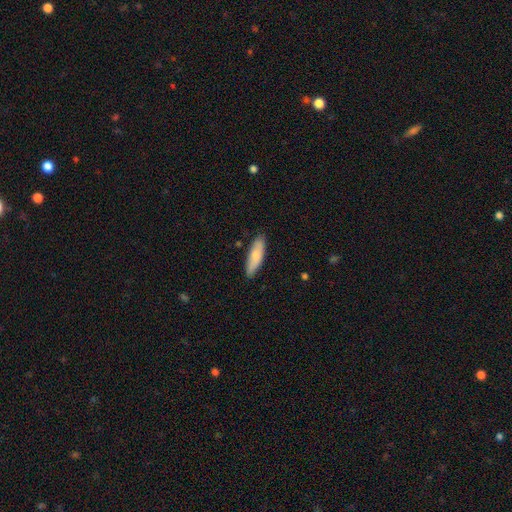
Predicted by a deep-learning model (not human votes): This appears to be a smooth galaxy with no disk features (77%) that is in between round and cigar-shaped (49%, tied with cigar-shaped). Merging: none (83%).